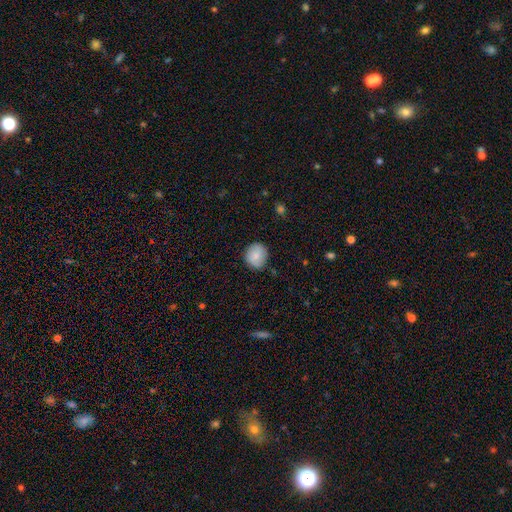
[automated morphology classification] smooth-or-featured: smooth: 81% | featured or disk: 11% | star or artifact: 7%
  how-rounded: round: 82% | in between: 17% | cigar-shaped: 1%
  merging: none: 86% | minor disturbance: 11% | major disturbance: 2% | merger: 1%